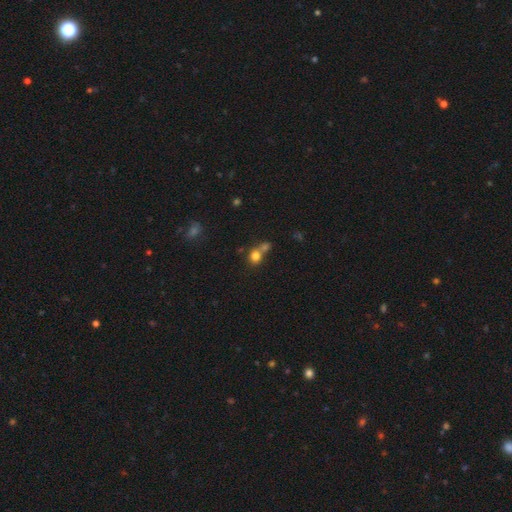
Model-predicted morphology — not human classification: Smooth or featured? smooth (78%)
How rounded? round (78%)
Merging? merger (47%)